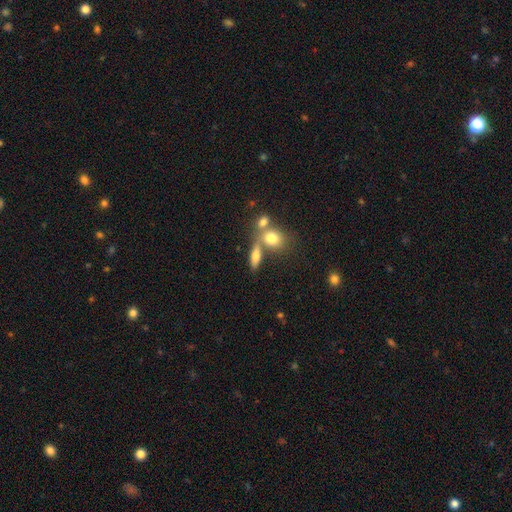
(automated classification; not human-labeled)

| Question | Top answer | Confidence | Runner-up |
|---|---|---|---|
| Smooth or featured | smooth | 70% | featured or disk (20%) |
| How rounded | in between | 61% | cigar-shaped (24%) |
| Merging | none | 49% | merger (35%) |